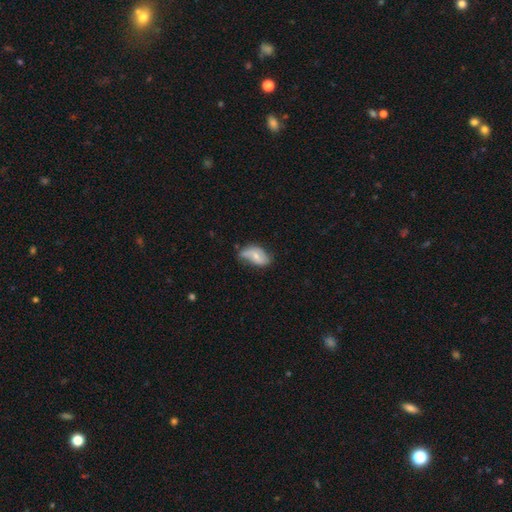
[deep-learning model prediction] smooth_or_featured: smooth (p=0.48) [alt: featured or disk p=0.45]
merging: none (p=0.41) [alt: minor disturbance p=0.39]